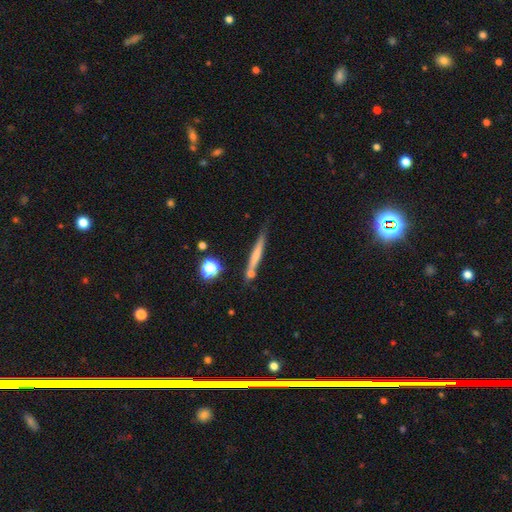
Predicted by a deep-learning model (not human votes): A smooth galaxy with no disk features (55%) that is cigar-shaped (93%).

Vote fractions:
- Smooth or featured? smooth: 55% / featured or disk: 37% / star or artifact: 8%
- How rounded? cigar-shaped: 93% / in between: 4% / round: 3%
- Merging? none: 69% / minor disturbance: 16% / merger: 11% / major disturbance: 4%